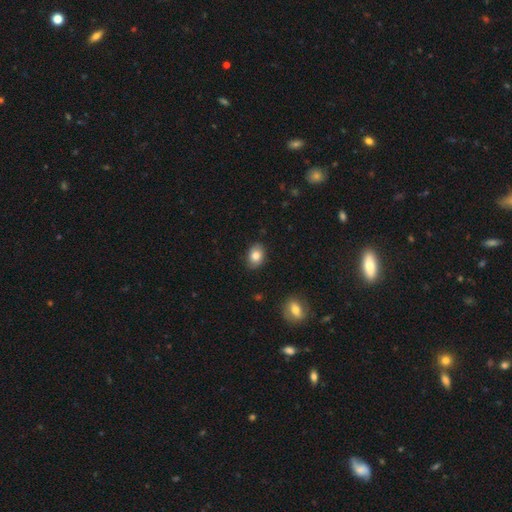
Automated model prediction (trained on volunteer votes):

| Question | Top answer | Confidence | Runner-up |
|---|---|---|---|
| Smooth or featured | smooth | 81% | featured or disk (11%) |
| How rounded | in between | 76% | round (23%) |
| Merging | none | 84% | minor disturbance (13%) |